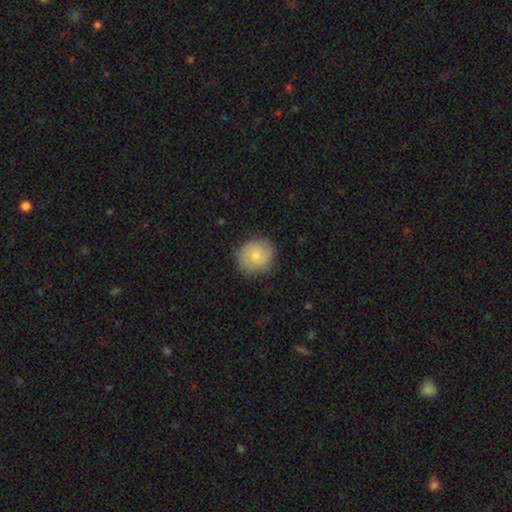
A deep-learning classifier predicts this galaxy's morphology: The model was most divided on "smooth or featured": smooth: 63%, featured or disk: 31%, star or artifact: 7%. More confident: merging — none (84%); how rounded — round (83%).